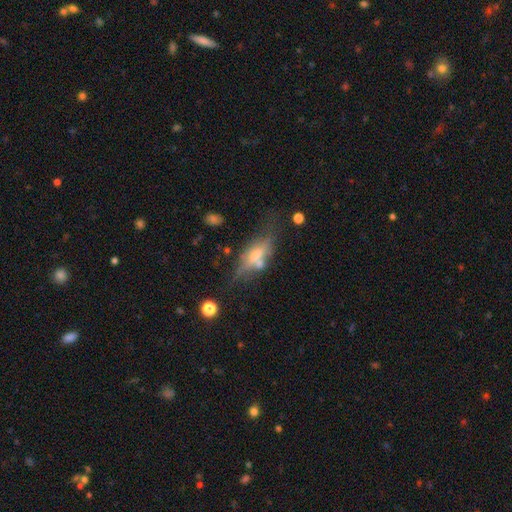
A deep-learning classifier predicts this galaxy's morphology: A featured or disk galaxy (58%) viewed edge-on (78%).

Vote fractions:
- Smooth or featured? featured or disk: 58% / smooth: 32% / star or artifact: 10%
- Edge-on disk? yes: 78% / no: 22%
- Merging? none: 55% / minor disturbance: 22% / major disturbance: 12% / merger: 10%